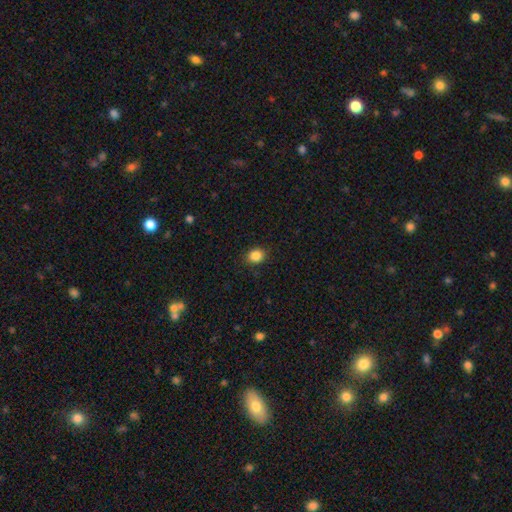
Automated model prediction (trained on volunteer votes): A smooth galaxy with no disk features (86%) that is round (62%).

Vote fractions:
- Smooth or featured? smooth: 86% / star or artifact: 10% / featured or disk: 4%
- How rounded? round: 62% / in between: 37% / cigar-shaped: 1%
- Merging? none: 89% / minor disturbance: 8% / major disturbance: 2% / merger: 1%